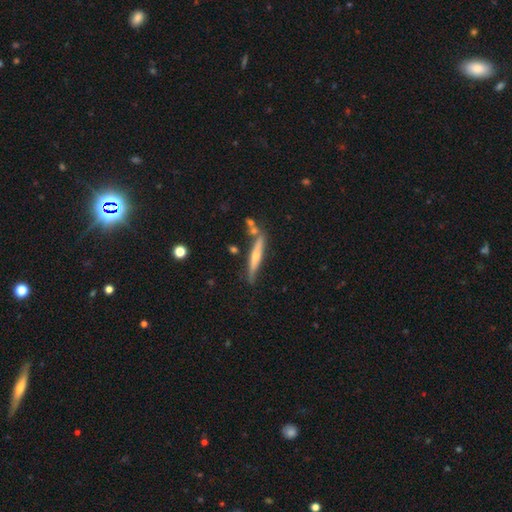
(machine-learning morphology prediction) smooth-or-featured: featured or disk: 61% | smooth: 25% | star or artifact: 14%
  disk-edge-on: yes: 87% | no: 13%
    edge-on-bulge: rounded: 75% | none: 17% | boxy: 8%
  merging: none: 58% | minor disturbance: 18% | merger: 17% | major disturbance: 8%